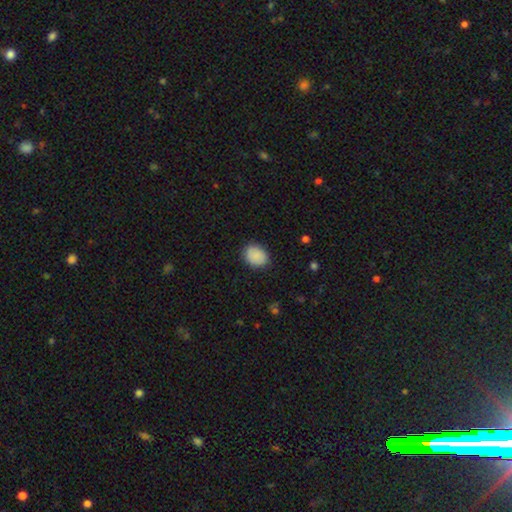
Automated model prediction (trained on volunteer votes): Smooth or featured: smooth — 87% (star or artifact — 7%)
How rounded: in between — 53% (round — 47%)
Merging: none — 85% (minor disturbance — 12%)